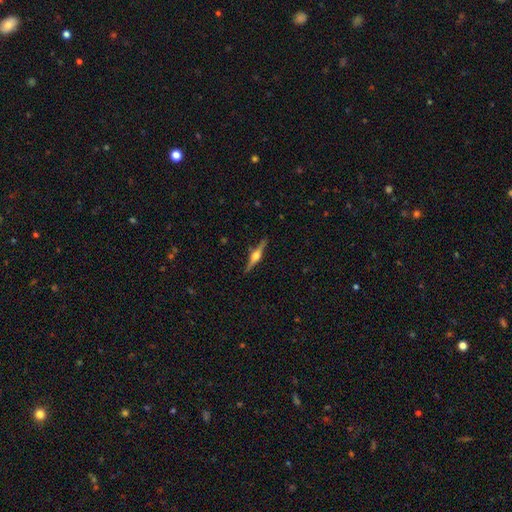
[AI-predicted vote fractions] featured or disk 81%, smooth 14%, star or artifact 6%. Down the decision tree: edge-on disk — yes (98%); edge-on bulge — rounded (94%); merging — none (91%).